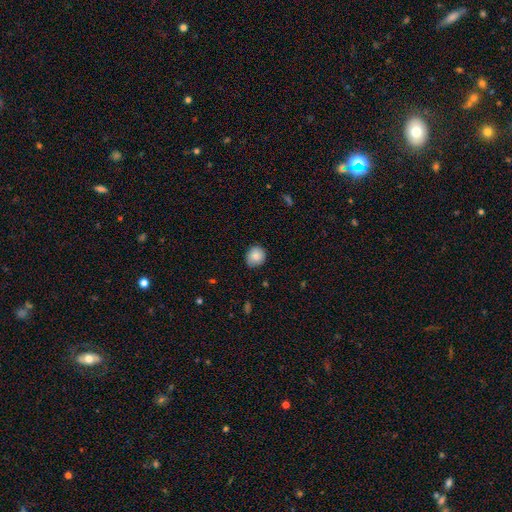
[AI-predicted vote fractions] Overall: smooth (85%). How rounded: round (82%). Merging: none (79%).